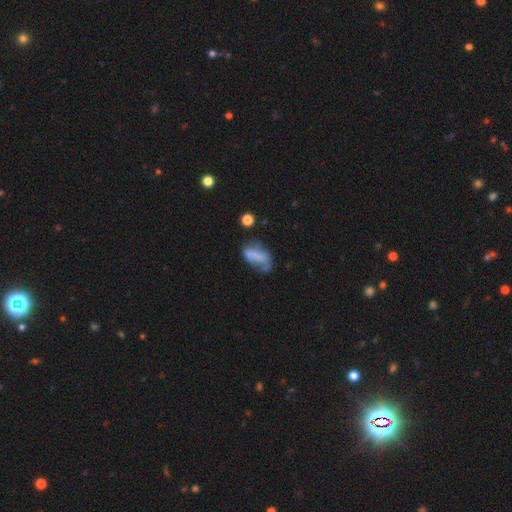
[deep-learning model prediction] Q: Smooth or featured?
A: smooth (57%); runner-up: featured or disk (32%)
Q: How rounded?
A: in between (85%); runner-up: cigar-shaped (8%)
Q: Merging?
A: none (32%); runner-up: minor disturbance (30%)